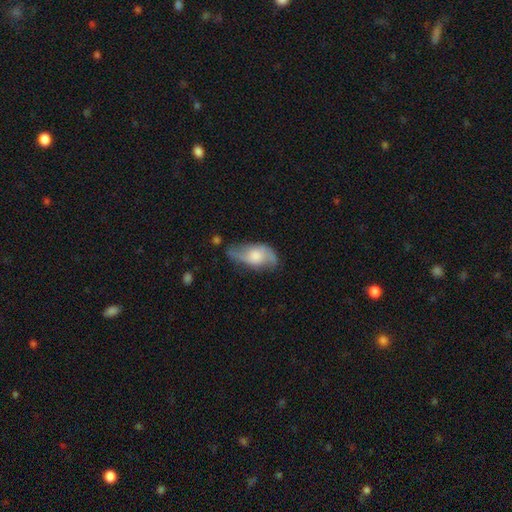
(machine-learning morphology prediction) smooth-or-featured: featured or disk: 52% | smooth: 41% | star or artifact: 7%
  disk-edge-on: no: 86% | yes: 14%
  merging: none: 46% | minor disturbance: 33% | major disturbance: 17% | merger: 4%